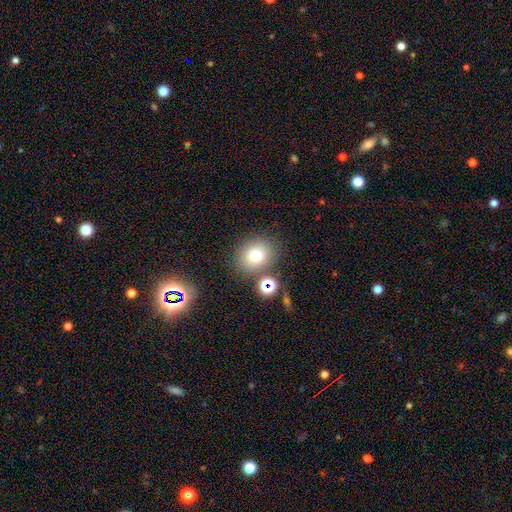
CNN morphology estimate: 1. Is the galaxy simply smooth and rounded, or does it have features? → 74% smooth, 15% star or artifact, 11% featured or disk.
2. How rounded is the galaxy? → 61% round, 38% in between, 1% cigar-shaped.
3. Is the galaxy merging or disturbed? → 78% none, 10% minor disturbance, 7% merger, 4% major disturbance.